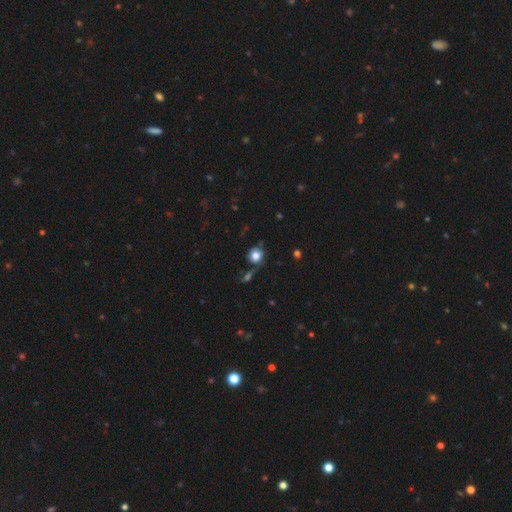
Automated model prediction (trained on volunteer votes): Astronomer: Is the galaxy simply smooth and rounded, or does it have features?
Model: smooth — 78%.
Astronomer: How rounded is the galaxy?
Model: round — 85%.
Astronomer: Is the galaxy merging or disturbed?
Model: none — 69%.